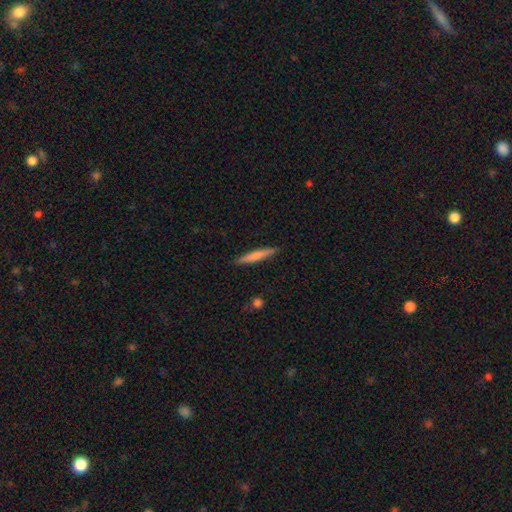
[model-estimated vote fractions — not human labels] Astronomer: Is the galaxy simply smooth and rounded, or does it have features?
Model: smooth — 70%.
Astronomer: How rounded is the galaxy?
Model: cigar-shaped — 94%.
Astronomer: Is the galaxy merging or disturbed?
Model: none — 90%.